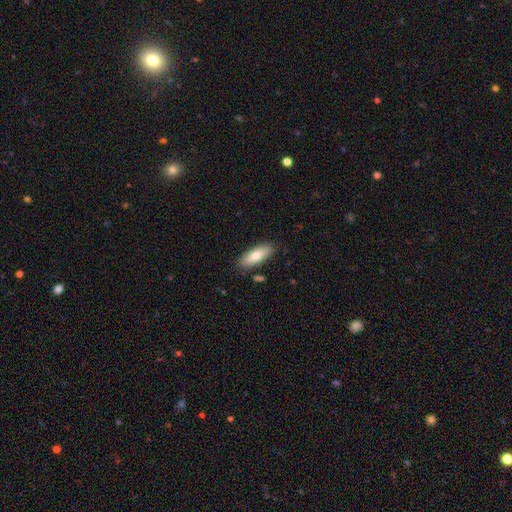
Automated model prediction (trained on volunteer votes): A smooth galaxy with no disk features (78%) that is in between round and cigar-shaped (68%). Merging: none (84%).